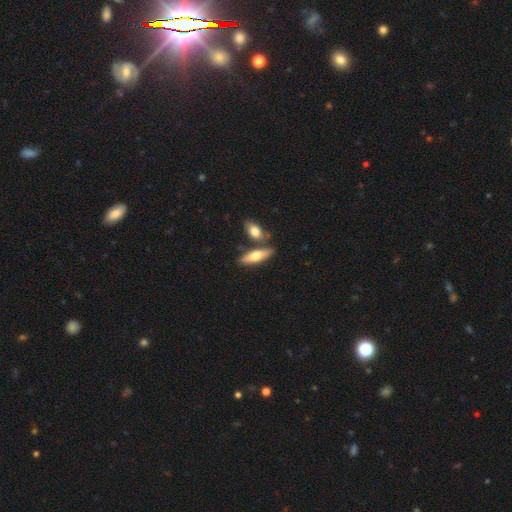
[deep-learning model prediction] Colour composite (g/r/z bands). It shows a smooth galaxy with no disk features (64%) that is in between round and cigar-shaped (54%). Merging: none (66%).